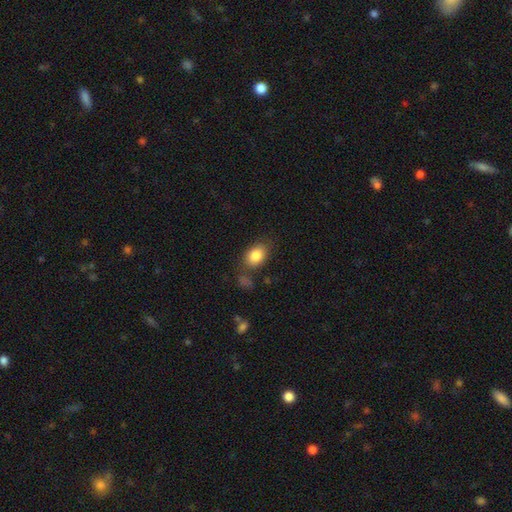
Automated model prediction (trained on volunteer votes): Morphology: type=smooth (84%); roundness=in between (78%); merging=none (72%).